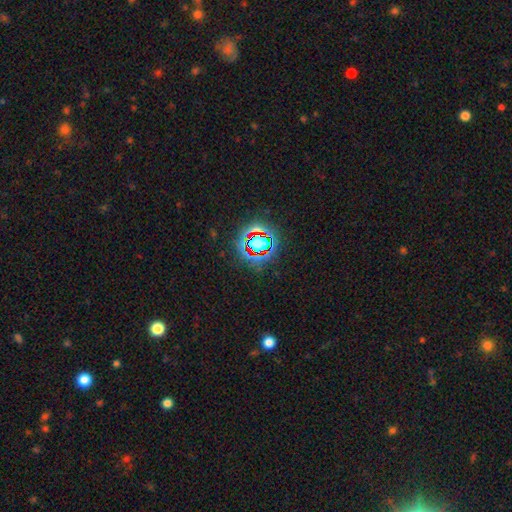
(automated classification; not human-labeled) Smooth or featured?
  - star or artifact: 80% *
  - smooth: 12%
  - featured or disk: 8%